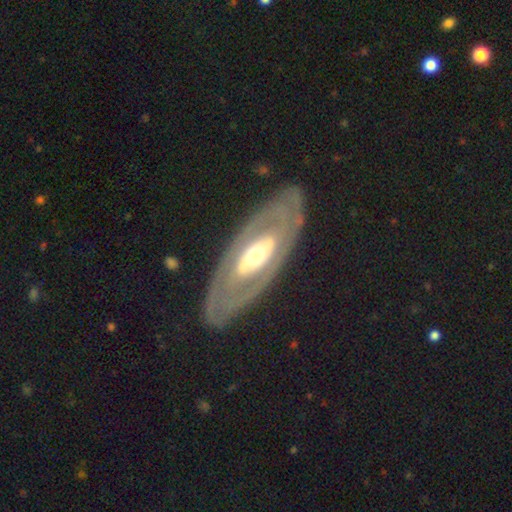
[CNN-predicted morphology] Q: Smooth or featured?
A: featured or disk (78%); runner-up: smooth (18%)
Q: Edge-on disk?
A: no (85%); runner-up: yes (15%)
Q: Bar?
A: no (64%); runner-up: weak (20%)
Q: Spiral arms?
A: no (55%); runner-up: yes (45%)
Q: Bulge size?
A: moderate (65%); runner-up: small (20%)
Q: Merging?
A: none (81%); runner-up: minor disturbance (12%)